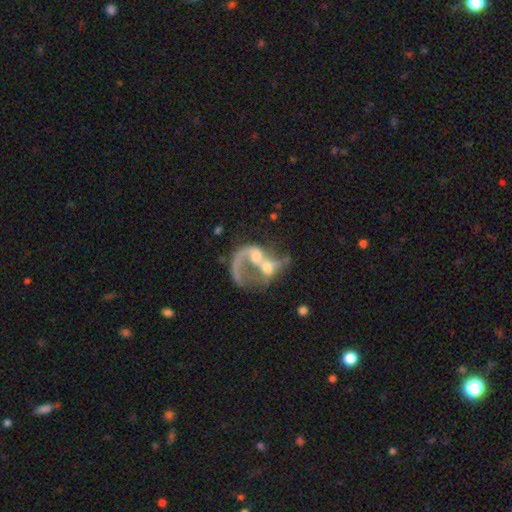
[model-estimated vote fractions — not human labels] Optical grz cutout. It shows a featured or disk galaxy (72%) with no bar (66%), spiral arms (68%) and a moderate central bulge (49%). Merging: merger (58%).